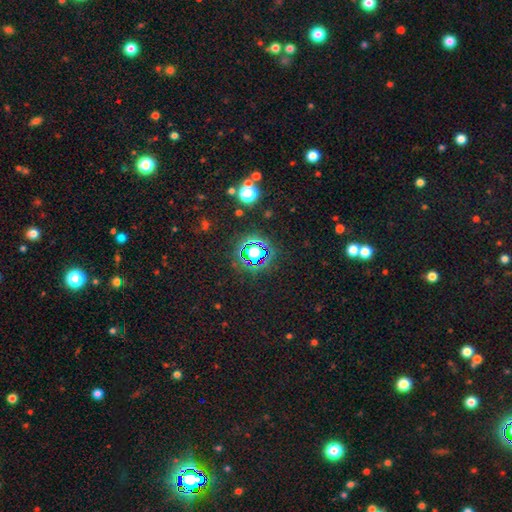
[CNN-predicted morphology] Smooth or featured: star or artifact — 69% (smooth — 21%)